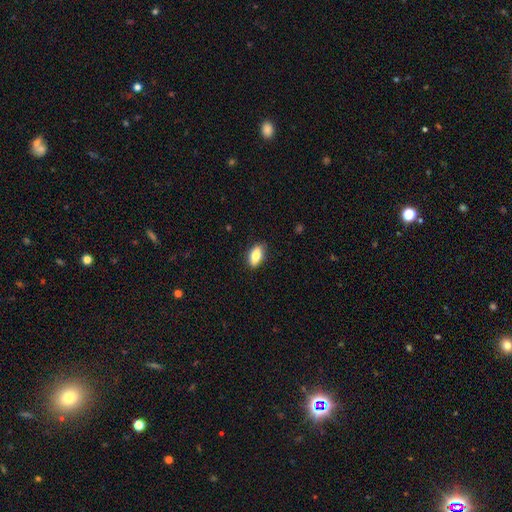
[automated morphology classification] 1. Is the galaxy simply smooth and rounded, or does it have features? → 75% smooth, 18% featured or disk, 7% star or artifact.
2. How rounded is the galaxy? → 83% in between, 12% cigar-shaped, 4% round.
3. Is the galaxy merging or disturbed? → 86% none, 11% minor disturbance, 2% major disturbance, 1% merger.